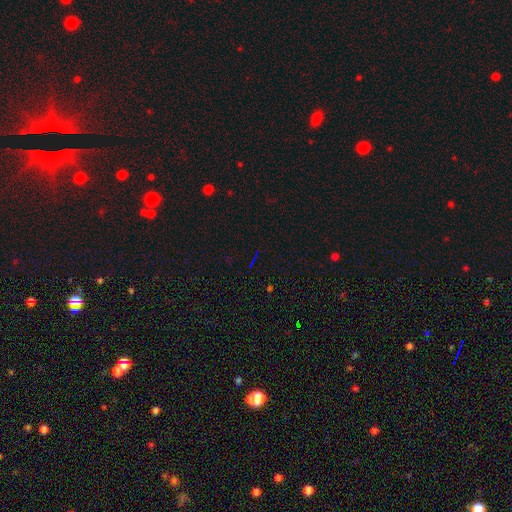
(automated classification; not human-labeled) Overall: star or artifact (75%).